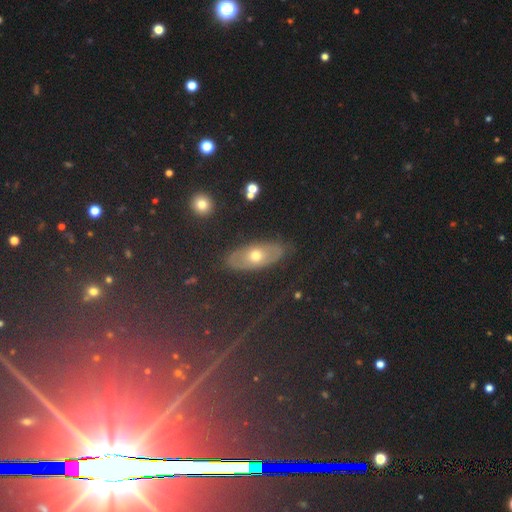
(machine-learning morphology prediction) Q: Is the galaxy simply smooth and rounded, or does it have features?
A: smooth — 39%.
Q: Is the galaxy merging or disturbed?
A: none — 87%.